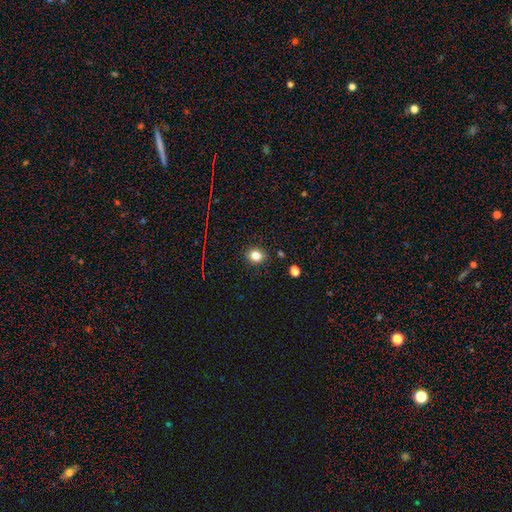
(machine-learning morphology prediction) Overall: smooth (81%). How rounded: round (65%; in between 34%). Merging: none (88%).